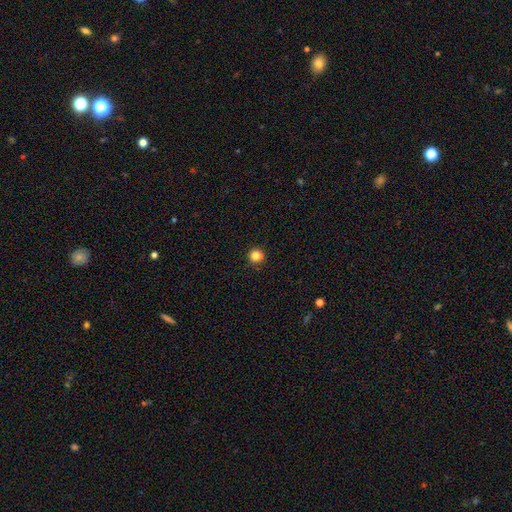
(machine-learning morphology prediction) Overall: smooth (84%). How rounded: round (94%). Merging: none (92%).